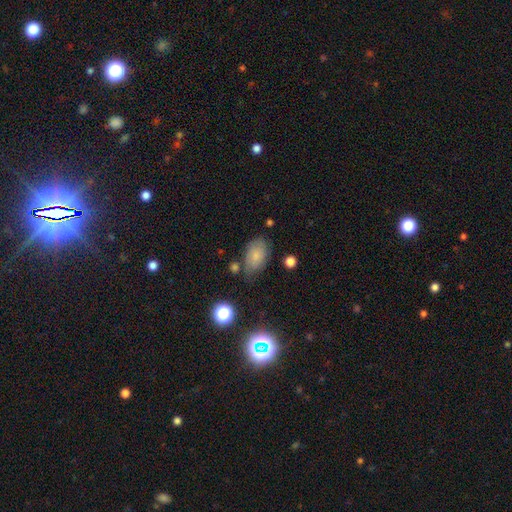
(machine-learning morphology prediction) A smooth galaxy with no disk features (74%) that is in between round and cigar-shaped (87%).

Vote fractions:
- Smooth or featured? smooth: 74% / featured or disk: 15% / star or artifact: 10%
- How rounded? in between: 87% / round: 12% / cigar-shaped: 1%
- Merging? none: 63% / minor disturbance: 24% / major disturbance: 7% / merger: 6%